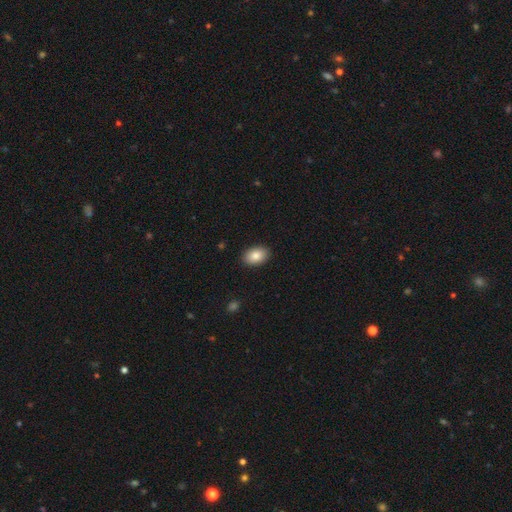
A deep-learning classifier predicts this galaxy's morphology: Overall: smooth (85%). How rounded: in between (87%). Merging: none (90%).